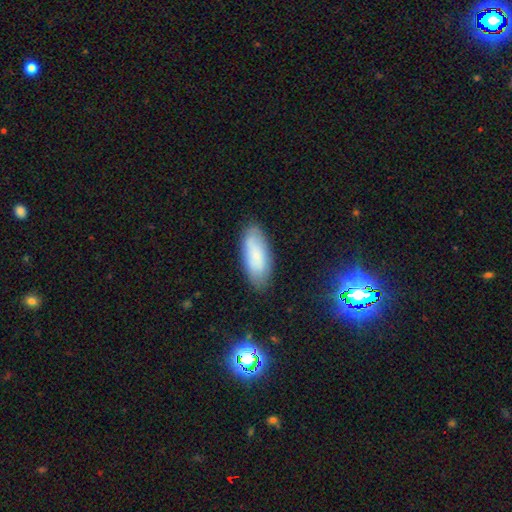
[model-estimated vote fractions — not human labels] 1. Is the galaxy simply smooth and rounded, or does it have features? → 67% smooth, 24% featured or disk, 9% star or artifact.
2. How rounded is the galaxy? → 80% in between, 18% cigar-shaped, 2% round.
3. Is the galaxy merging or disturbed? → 81% none, 14% minor disturbance, 3% major disturbance, 2% merger.